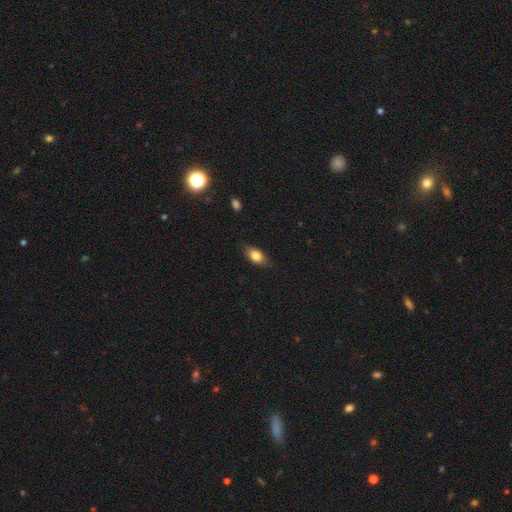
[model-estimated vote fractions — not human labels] Smooth or featured?
  - smooth: 76% *
  - featured or disk: 16%
  - star or artifact: 8%
How rounded?
  - in between: 80% *
  - round: 12%
  - cigar-shaped: 8%
Merging?
  - none: 79% *
  - minor disturbance: 17%
  - major disturbance: 4%
  - merger: 1%